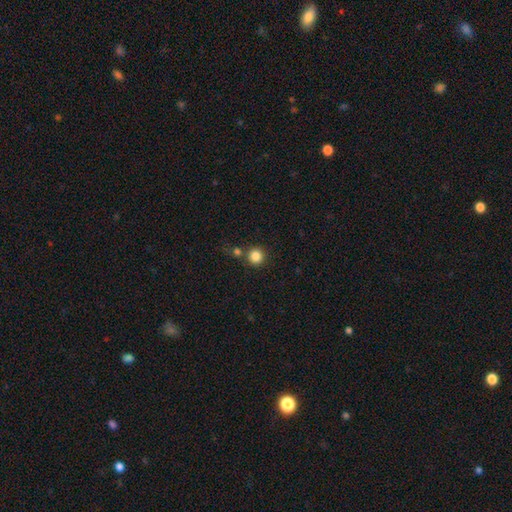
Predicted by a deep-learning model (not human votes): smooth_or_featured: smooth (p=0.84) [alt: star or artifact p=0.11]
how_rounded: round (p=0.93) [alt: in between p=0.06]
merging: none (p=0.74) [alt: merger p=0.15]